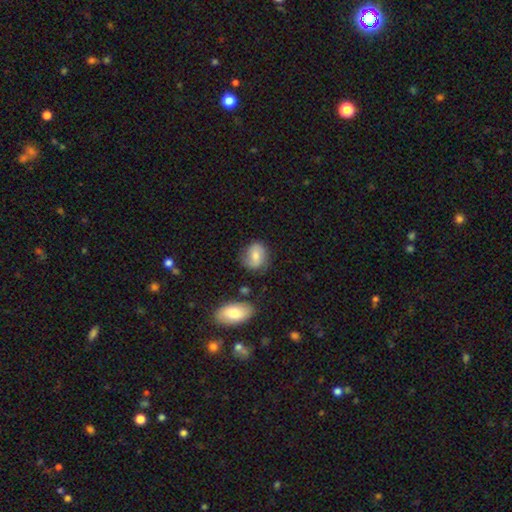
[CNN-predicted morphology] smooth 63%, featured or disk 29%, star or artifact 8%. Down the decision tree: how rounded — in between (49%, tied with round); merging — none (67%).